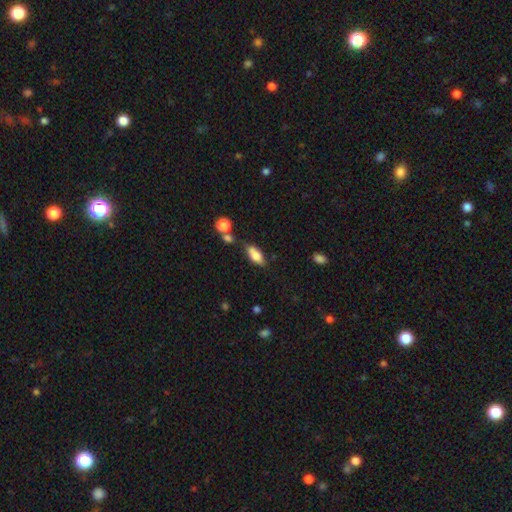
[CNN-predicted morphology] The model was most divided on "merging": none: 54%, minor disturbance: 22%, merger: 17%, major disturbance: 7%. More confident: how rounded — in between (82%); smooth or featured — smooth (74%).